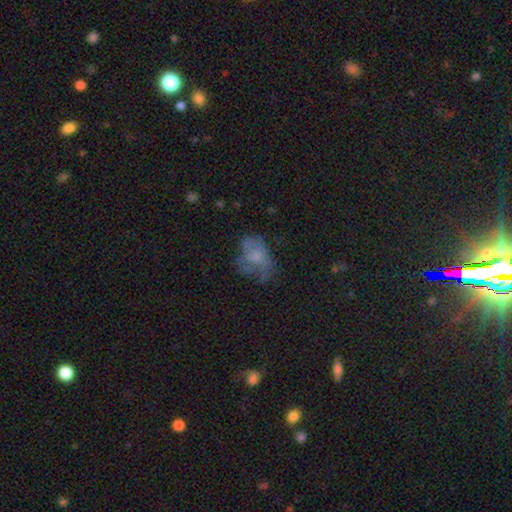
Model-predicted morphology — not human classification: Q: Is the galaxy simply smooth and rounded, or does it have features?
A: smooth — 45%.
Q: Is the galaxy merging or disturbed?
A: none — 40%.